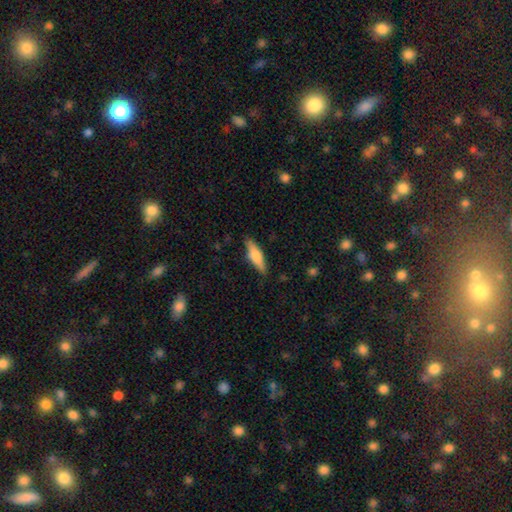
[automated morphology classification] smooth-or-featured: smooth: 62% | featured or disk: 32% | star or artifact: 6%
  how-rounded: cigar-shaped: 61% | in between: 37% | round: 2%
  merging: none: 85% | minor disturbance: 11% | major disturbance: 2% | merger: 1%